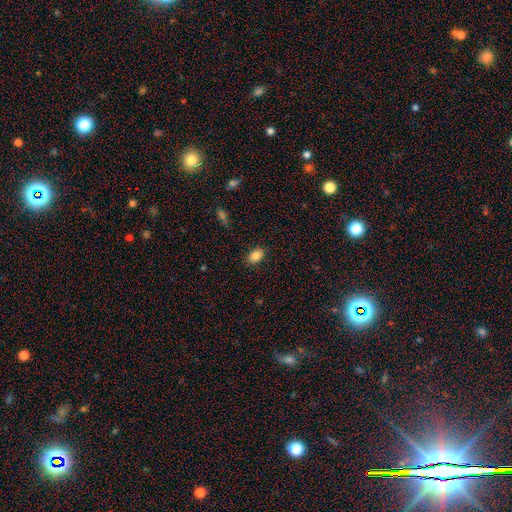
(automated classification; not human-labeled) smooth-or-featured: smooth: 85% | star or artifact: 9% | featured or disk: 6%
  how-rounded: in between: 83% | round: 16% | cigar-shaped: 1%
  merging: none: 87% | minor disturbance: 10% | major disturbance: 2% | merger: 1%